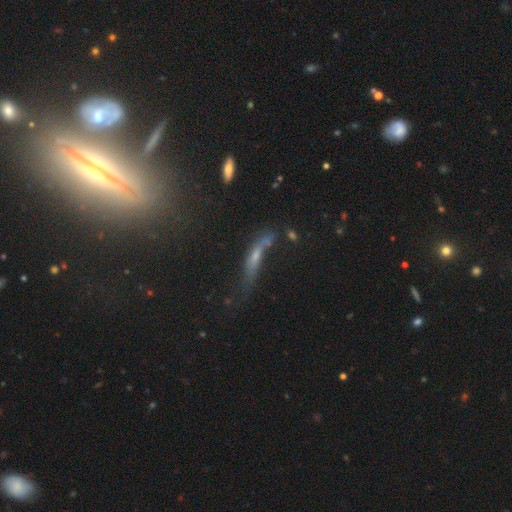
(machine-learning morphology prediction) smooth-or-featured: smooth: 41% | featured or disk: 40% | star or artifact: 19%
  merging: none: 36% | major disturbance: 26% | minor disturbance: 20% | merger: 18%